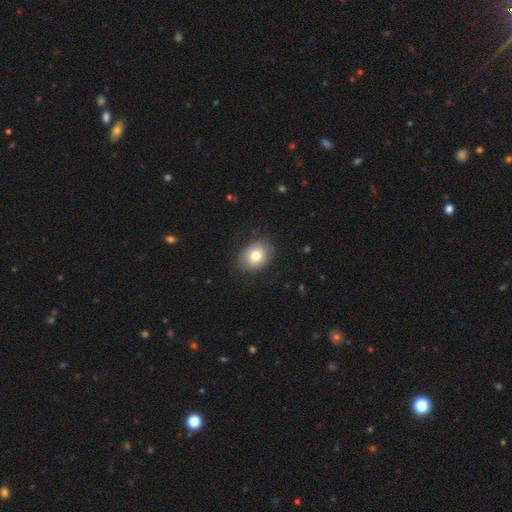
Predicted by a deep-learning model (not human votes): smooth-or-featured: smooth: 79% | featured or disk: 13% | star or artifact: 8%
  how-rounded: in between: 69% | round: 30% | cigar-shaped: 1%
  merging: none: 81% | minor disturbance: 14% | major disturbance: 4% | merger: 1%